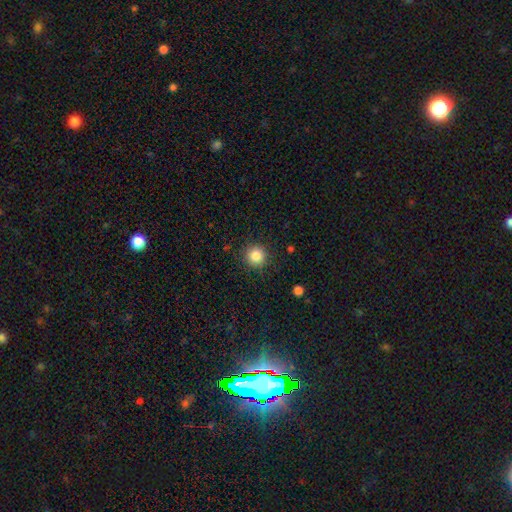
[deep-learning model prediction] smooth 84%, star or artifact 11%, featured or disk 5%. Down the decision tree: how rounded — round (94%); merging — none (90%).